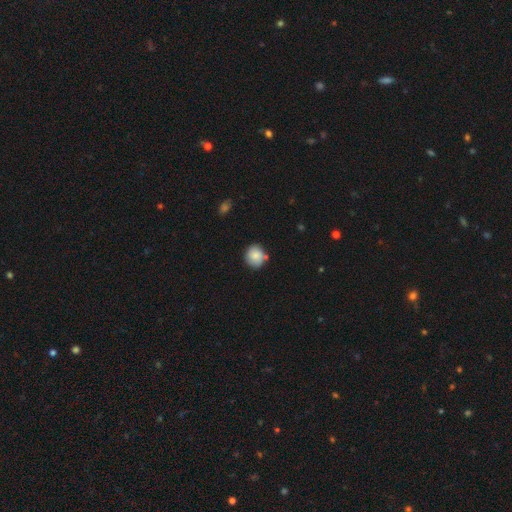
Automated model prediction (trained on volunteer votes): Overall: smooth (85%). How rounded: round (85%). Merging: none (74%).